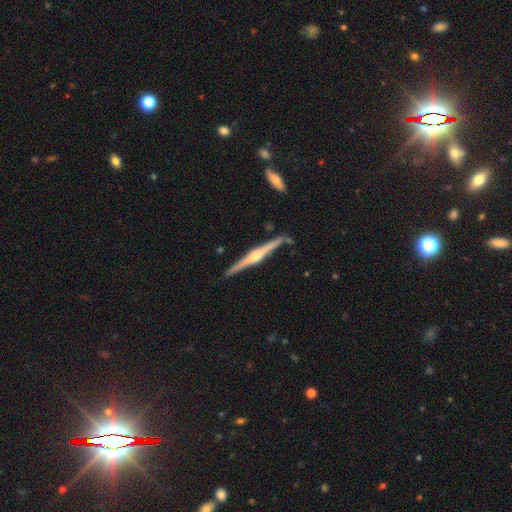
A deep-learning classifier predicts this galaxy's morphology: featured or disk 81%, smooth 15%, star or artifact 5%. Down the decision tree: edge-on disk — yes (98%); edge-on bulge — rounded (84%); merging — none (88%).